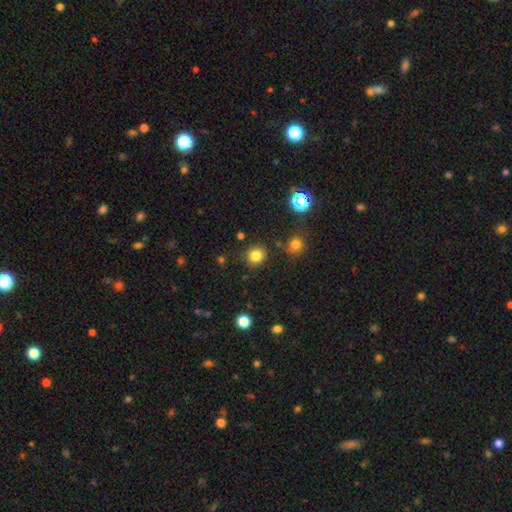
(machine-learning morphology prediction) smooth_or_featured: smooth (p=0.82) [alt: star or artifact p=0.13]
how_rounded: round (p=0.88) [alt: in between p=0.11]
merging: none (p=0.86) [alt: minor disturbance p=0.08]